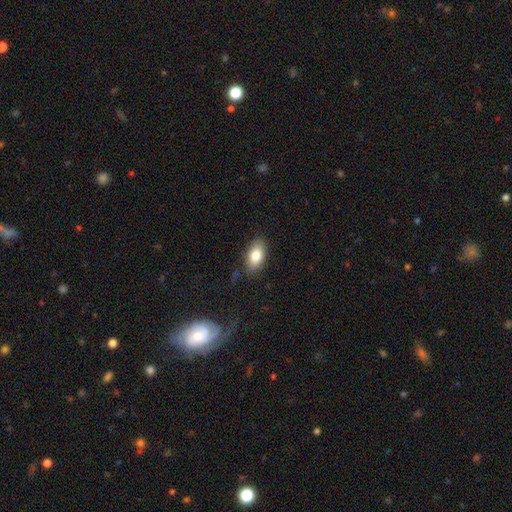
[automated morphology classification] A smooth galaxy with no disk features (81%) that is in between round and cigar-shaped (90%).

Vote fractions:
- Smooth or featured? smooth: 81% / featured or disk: 11% / star or artifact: 8%
- How rounded? in between: 90% / round: 6% / cigar-shaped: 4%
- Merging? none: 82% / minor disturbance: 13% / major disturbance: 3% / merger: 2%